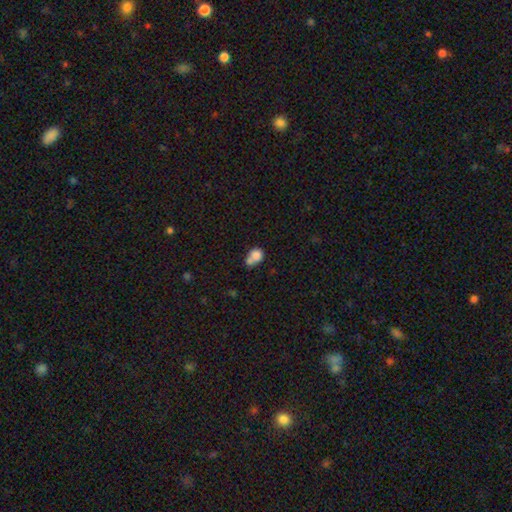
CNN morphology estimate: This appears to be a smooth galaxy with no disk features (78%) that is round (69%). Merging: merger (55%).